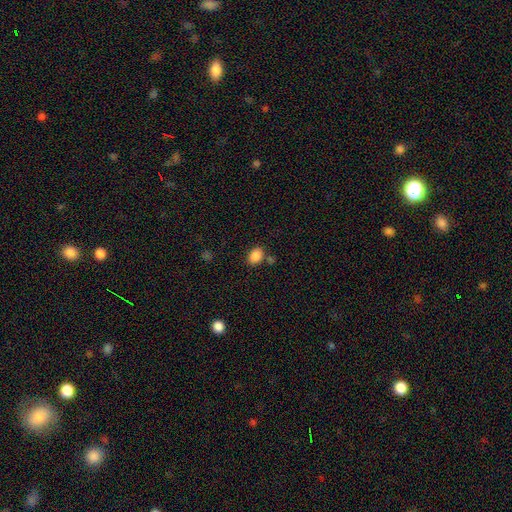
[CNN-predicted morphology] smooth 87%, star or artifact 9%, featured or disk 4%. Down the decision tree: how rounded — in between (74%); merging — none (74%).